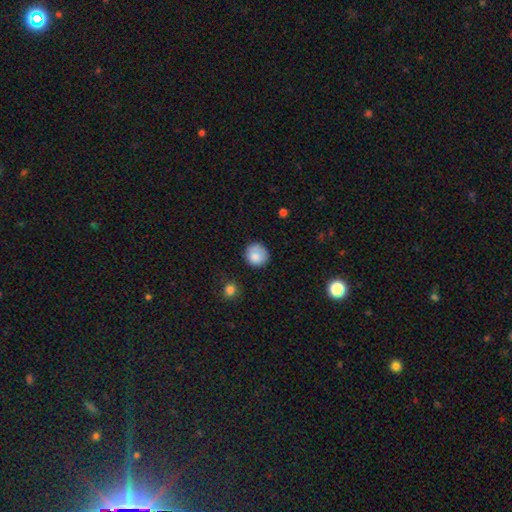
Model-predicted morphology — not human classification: Smooth or featured?
  - smooth: 83% *
  - star or artifact: 8%
  - featured or disk: 8%
How rounded?
  - round: 89% *
  - in between: 10%
  - cigar-shaped: 1%
Merging?
  - none: 76% *
  - minor disturbance: 17%
  - major disturbance: 5%
  - merger: 2%